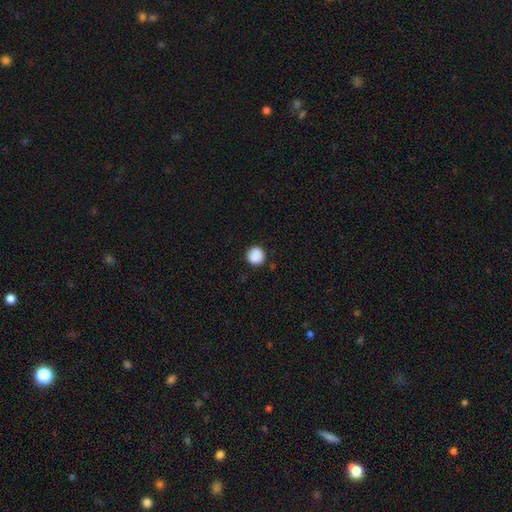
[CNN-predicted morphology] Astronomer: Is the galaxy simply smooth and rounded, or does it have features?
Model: smooth — 86%.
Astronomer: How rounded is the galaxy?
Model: round — 93%.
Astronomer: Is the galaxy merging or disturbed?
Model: none — 84%.